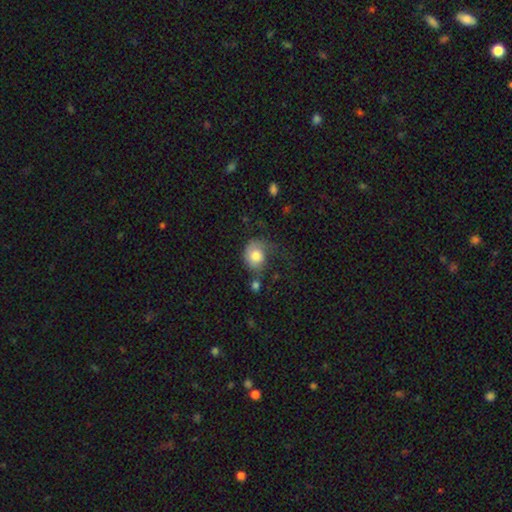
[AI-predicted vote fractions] Smooth or featured? Predicted: smooth (p=0.69). How rounded? Predicted: round (p=0.59). Merging? Predicted: none (p=0.32).